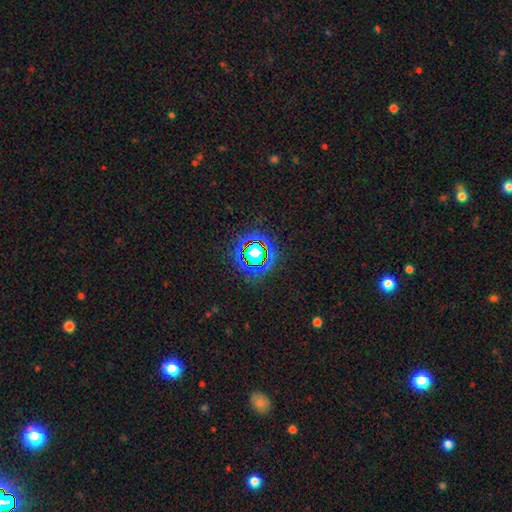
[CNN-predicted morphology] Smooth or featured: star or artifact — 60% (smooth — 28%)